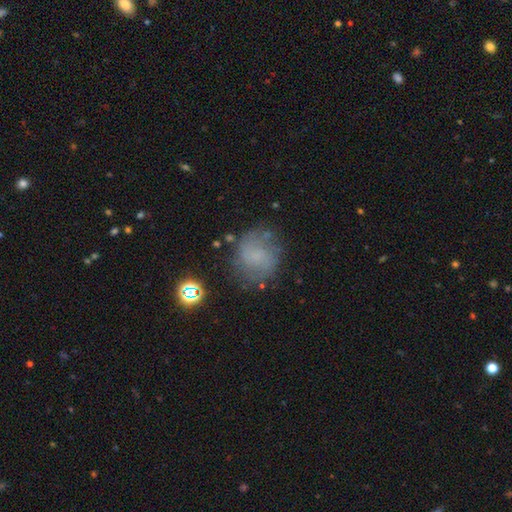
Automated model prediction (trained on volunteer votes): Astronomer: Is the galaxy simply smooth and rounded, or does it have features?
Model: featured or disk — 43% (runner-up: smooth, 41%).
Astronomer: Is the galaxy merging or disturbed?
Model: none — 67%.